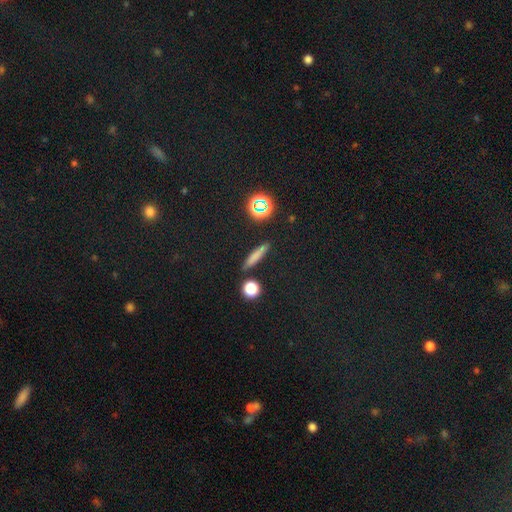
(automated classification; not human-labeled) A smooth galaxy with no disk features (71%) that is cigar-shaped (85%).

Vote fractions:
- Smooth or featured? smooth: 71% / featured or disk: 15% / star or artifact: 14%
- How rounded? cigar-shaped: 85% / in between: 8% / round: 6%
- Merging? none: 86% / minor disturbance: 8% / merger: 3% / major disturbance: 2%